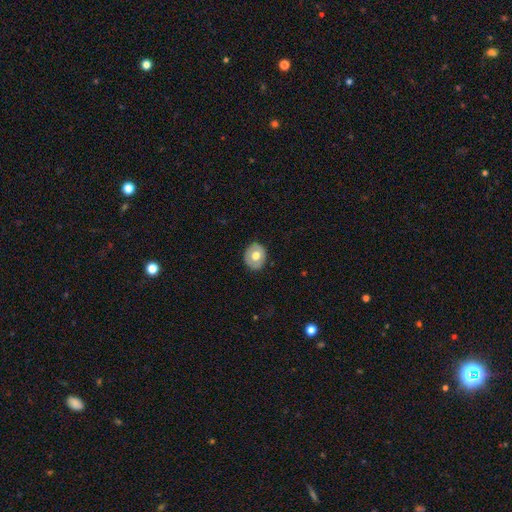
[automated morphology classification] Smooth or featured? Predicted: smooth (p=0.59). How rounded? Predicted: round (p=0.61). Merging? Predicted: none (p=0.85).